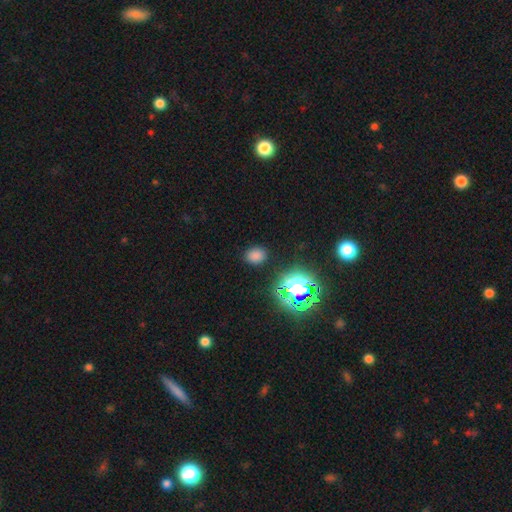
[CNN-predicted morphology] A smooth galaxy with no disk features (71%) that is in between round and cigar-shaped (59%). Merging: none (85%).